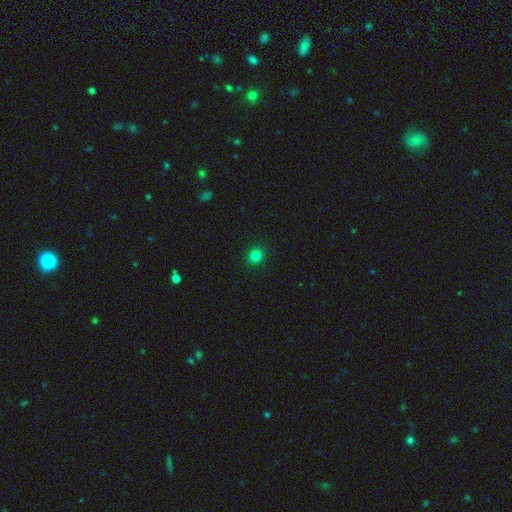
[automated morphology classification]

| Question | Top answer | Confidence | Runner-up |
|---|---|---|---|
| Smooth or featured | smooth | 82% | star or artifact (14%) |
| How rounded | round | 90% | in between (9%) |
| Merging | none | 93% | minor disturbance (5%) |